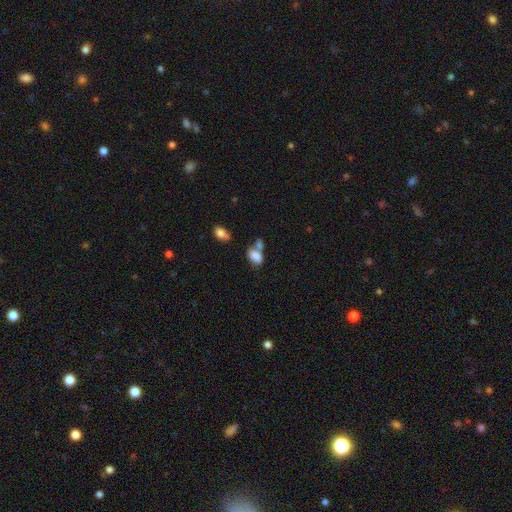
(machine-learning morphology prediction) Smooth or featured? smooth (81%)
How rounded? in between (87%)
Merging? merger (42%)